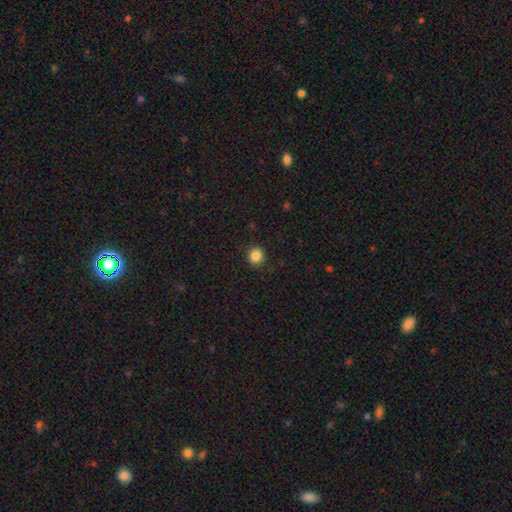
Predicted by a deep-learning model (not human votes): Morphology: type=smooth (85%); roundness=round (89%); merging=none (91%).